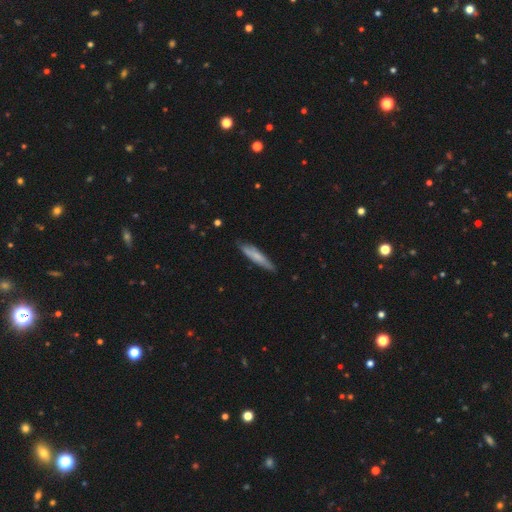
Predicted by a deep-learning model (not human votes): The model was most divided on "smooth or featured": smooth: 63%, featured or disk: 31%, star or artifact: 6%. More confident: how rounded — cigar-shaped (88%); merging — none (79%).